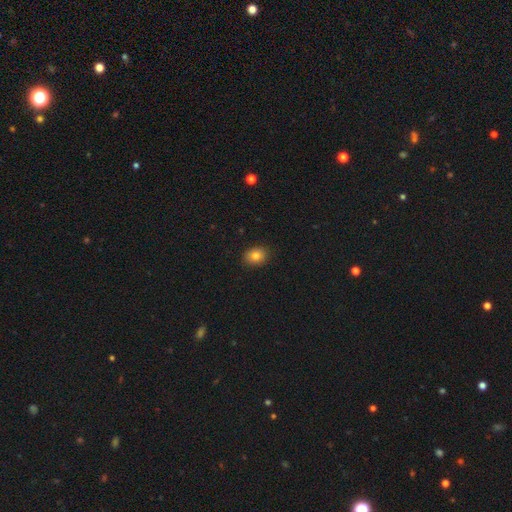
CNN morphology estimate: A smooth galaxy with no disk features (82%) that is in between round and cigar-shaped (54%).

Vote fractions:
- Smooth or featured? smooth: 82% / star or artifact: 11% / featured or disk: 7%
- How rounded? in between: 54% / round: 45% / cigar-shaped: 1%
- Merging? none: 89% / minor disturbance: 8% / major disturbance: 2% / merger: 1%